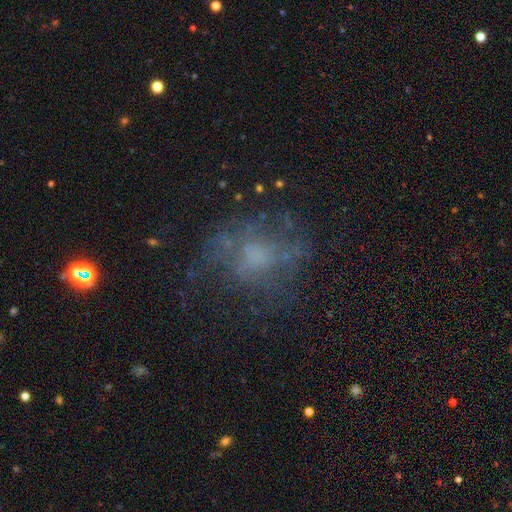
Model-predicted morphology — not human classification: This is possibly a featured or disk galaxy (47%). Merging: possibly none (54%).